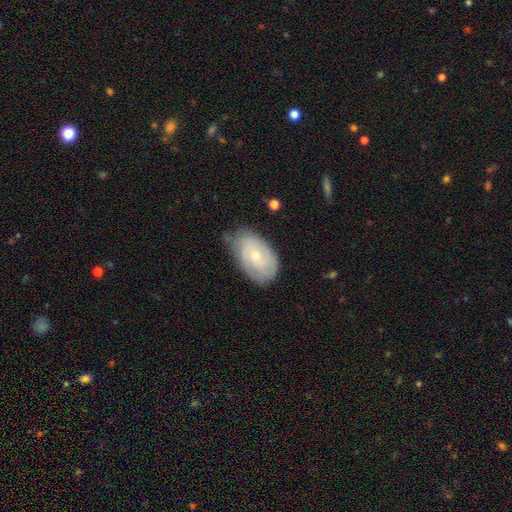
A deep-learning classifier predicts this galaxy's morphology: Smooth or featured? Predicted: featured or disk (p=0.61). Edge-on disk? Predicted: no (p=0.95). Bar? Predicted: no (p=0.76). Spiral arms? Predicted: yes (p=0.81). Bulge size? Predicted: small (p=0.67). Merging? Predicted: none (p=0.64).